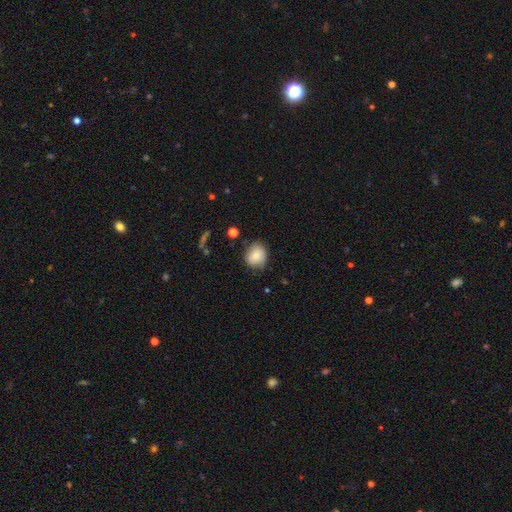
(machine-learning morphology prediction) This is likely a smooth galaxy (76%). How rounded: likely round (70%). Merging: likely none (74%).